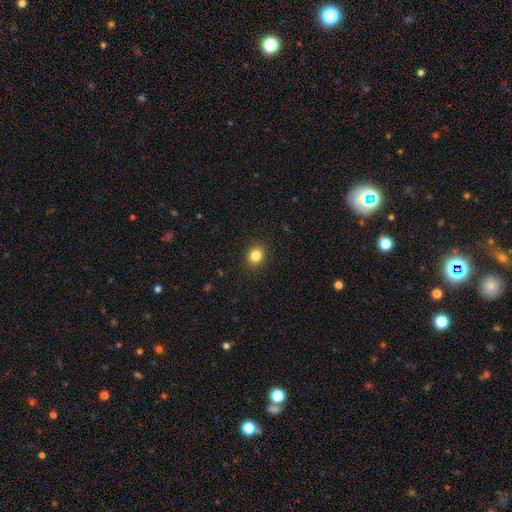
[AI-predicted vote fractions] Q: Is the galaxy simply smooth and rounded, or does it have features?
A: smooth — 83%.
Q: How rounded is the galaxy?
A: round — 73%.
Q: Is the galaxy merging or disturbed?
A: none — 91%.